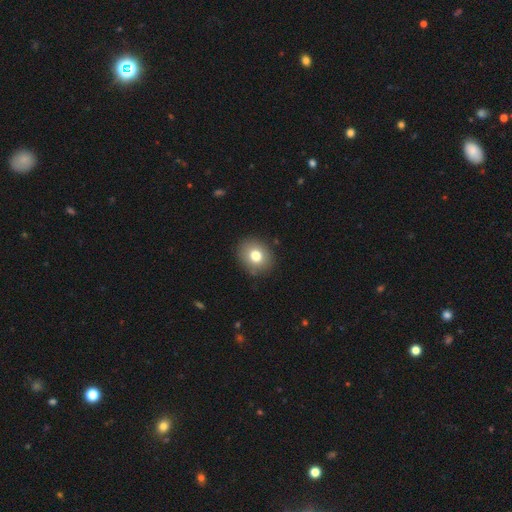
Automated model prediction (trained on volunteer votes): Q: Smooth or featured?
A: smooth (78%); runner-up: featured or disk (12%)
Q: How rounded?
A: round (65%); runner-up: in between (34%)
Q: Merging?
A: none (87%); runner-up: minor disturbance (9%)